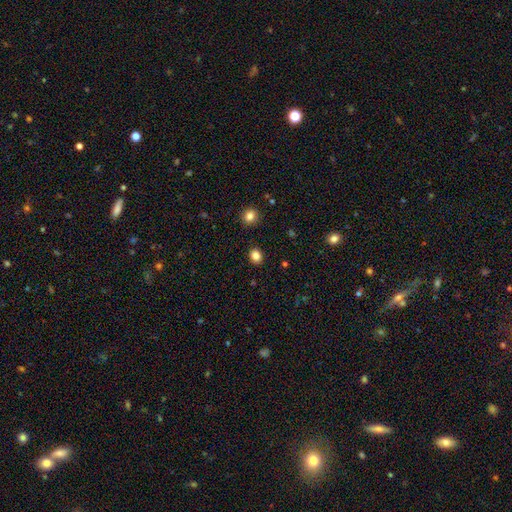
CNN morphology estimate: type=smooth (84%); roundness=round (62%); merging=none (90%).